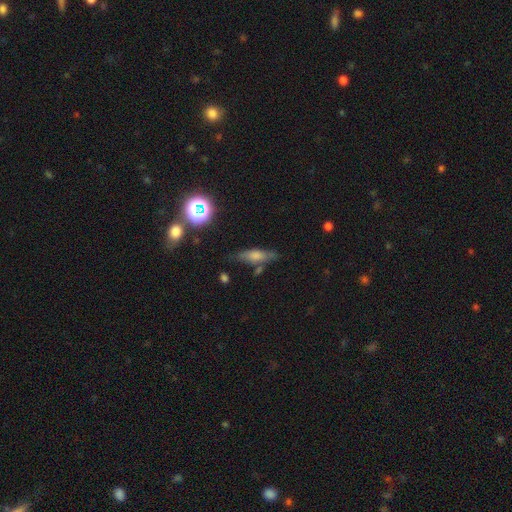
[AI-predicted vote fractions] smooth 57%, featured or disk 30%, star or artifact 13%. Down the decision tree: how rounded — cigar-shaped (50%); merging — none (67%).